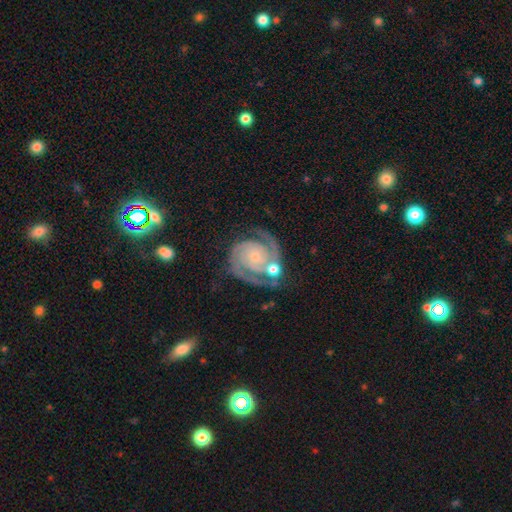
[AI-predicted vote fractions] Morphology: type=featured or disk (92%); edge-on=no (98%); bar=no (74%); spiral arms=yes (99%); winding=tight (70%); arm count=2 (85%); bulge=small (73%); merging=none (66%).